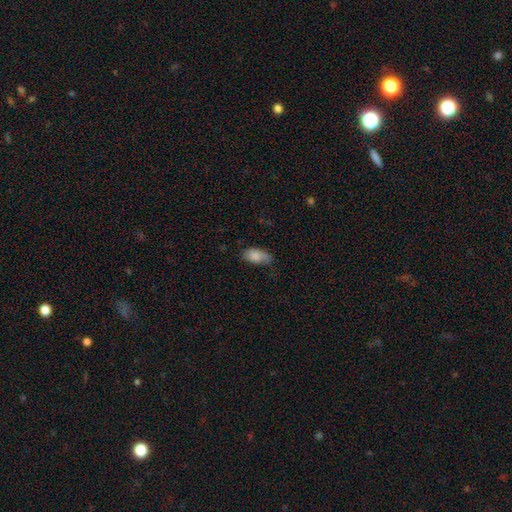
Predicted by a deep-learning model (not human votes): Morphology: type=smooth (81%); roundness=in between (92%); merging=none (48%).